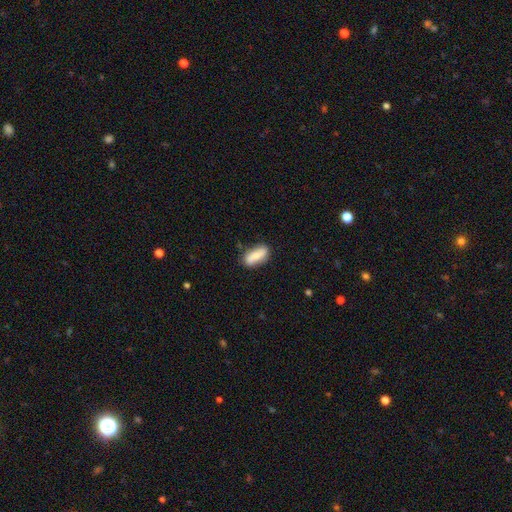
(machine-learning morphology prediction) The model was most divided on "how rounded": in between: 73%, cigar-shaped: 24%, round: 3%. More confident: merging — none (75%); smooth or featured — smooth (71%).